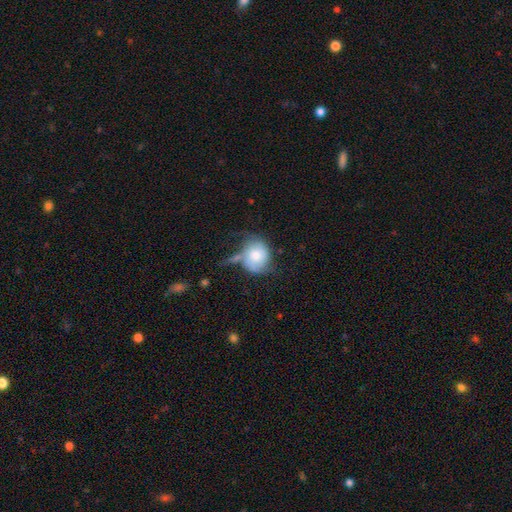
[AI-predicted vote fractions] A smooth galaxy with no disk features (65%) that is round (73%).

Vote fractions:
- Smooth or featured? smooth: 65% / featured or disk: 27% / star or artifact: 8%
- How rounded? round: 73% / in between: 26% / cigar-shaped: 1%
- Merging? none: 34% / minor disturbance: 29% / major disturbance: 22% / merger: 14%